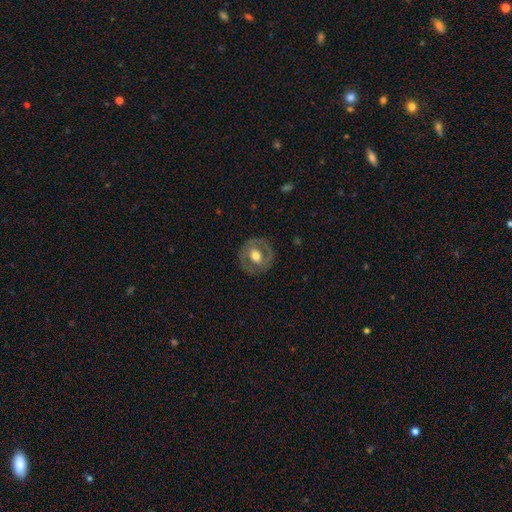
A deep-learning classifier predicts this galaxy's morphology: featured or disk 53%, smooth 40%, star or artifact 6%. Down the decision tree: edge-on disk — no (95%); bar — no (64%); spiral arms — no (75%); bulge size — moderate (66%); merging — none (81%).